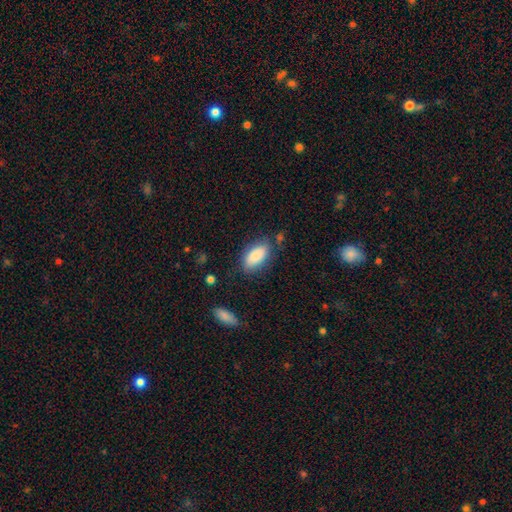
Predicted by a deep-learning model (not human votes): Smooth or featured?
  - smooth: 87% *
  - featured or disk: 7%
  - star or artifact: 6%
How rounded?
  - in between: 90% *
  - cigar-shaped: 7%
  - round: 3%
Merging?
  - none: 75% *
  - minor disturbance: 17%
  - major disturbance: 5%
  - merger: 3%